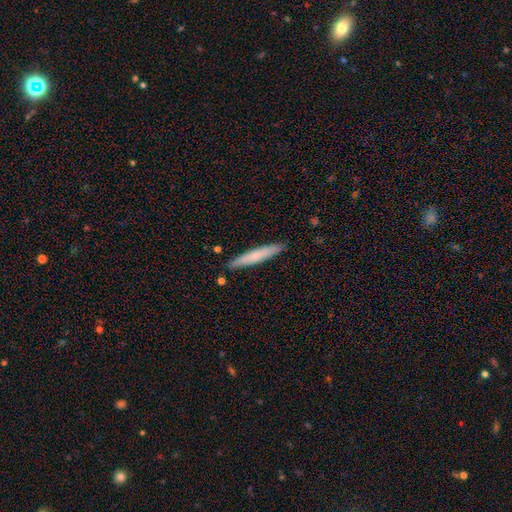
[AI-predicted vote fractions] Smooth or featured? smooth (67%)
How rounded? cigar-shaped (94%)
Merging? none (88%)